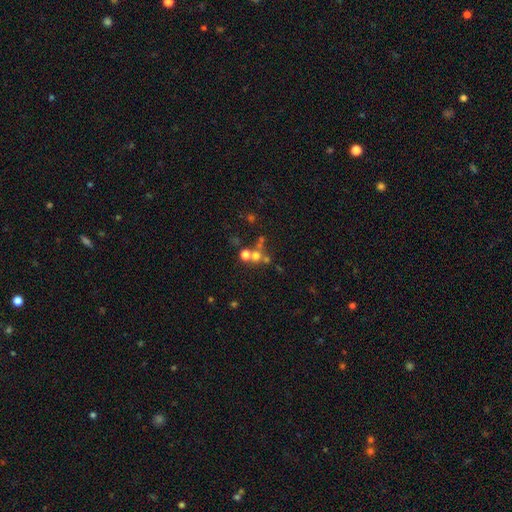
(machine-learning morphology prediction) type=smooth (55%); roundness=round (88%); merging=none (47%).